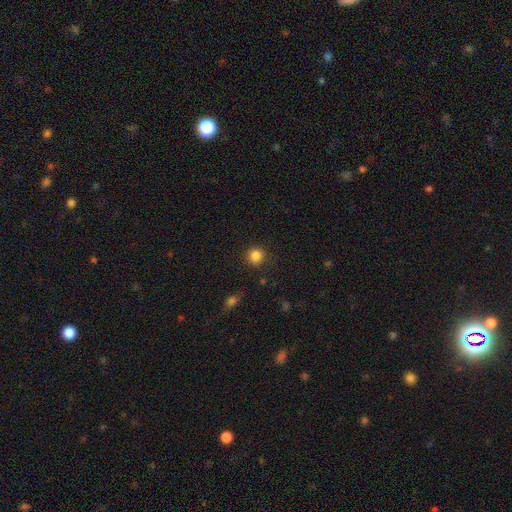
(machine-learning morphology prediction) type=smooth (85%); roundness=round (93%); merging=none (88%).